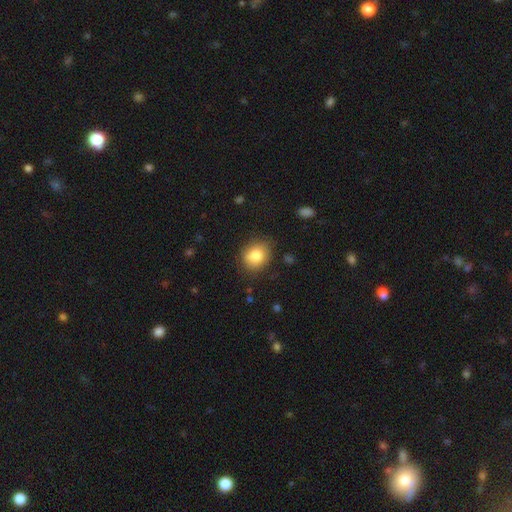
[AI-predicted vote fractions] This is clearly a smooth galaxy (81%). How rounded: likely round (63%). Merging: likely none (79%).